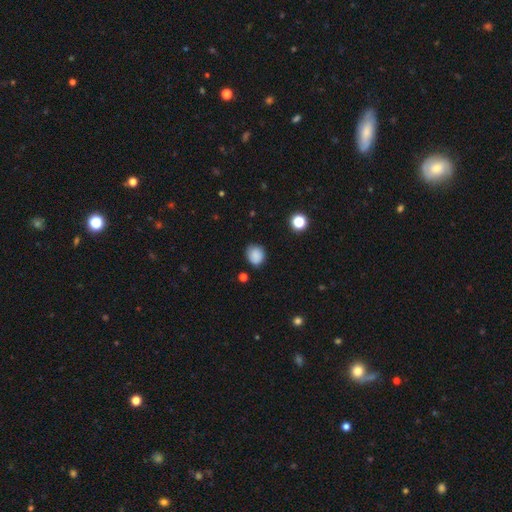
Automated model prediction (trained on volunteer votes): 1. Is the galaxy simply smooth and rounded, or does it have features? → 86% smooth, 10% star or artifact, 5% featured or disk.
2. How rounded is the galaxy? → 75% round, 24% in between, 1% cigar-shaped.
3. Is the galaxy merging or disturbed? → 78% none, 17% minor disturbance, 3% major disturbance, 2% merger.